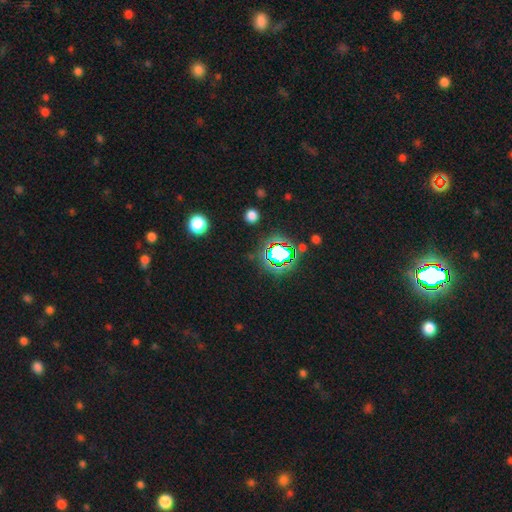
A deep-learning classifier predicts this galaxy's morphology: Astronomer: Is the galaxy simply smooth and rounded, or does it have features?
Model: star or artifact — 81%.